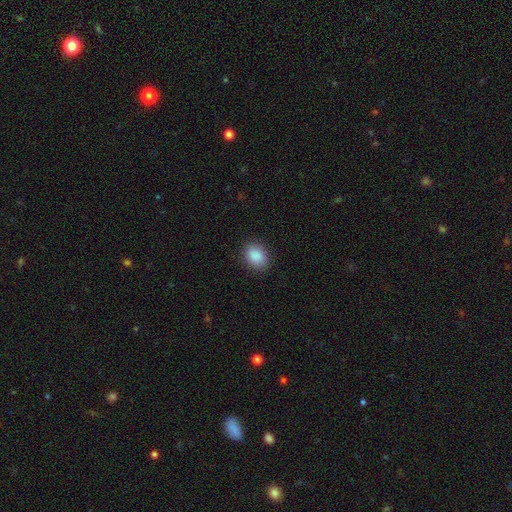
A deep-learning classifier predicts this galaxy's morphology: type=smooth (89%); roundness=in between (62%); merging=none (88%).